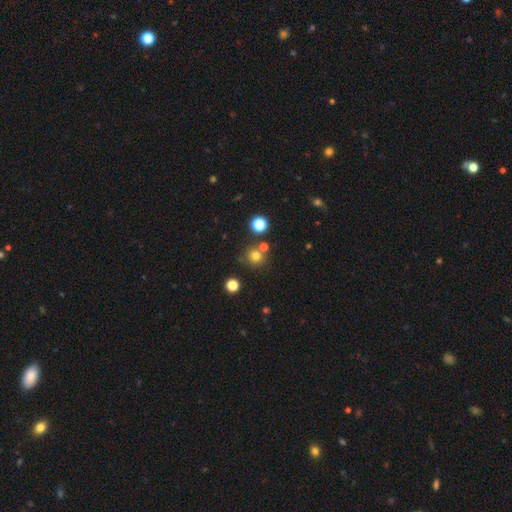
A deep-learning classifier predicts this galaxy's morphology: smooth_or_featured: smooth (p=0.74) [alt: star or artifact p=0.18]
how_rounded: round (p=0.91) [alt: in between p=0.08]
merging: none (p=0.74) [alt: merger p=0.14]